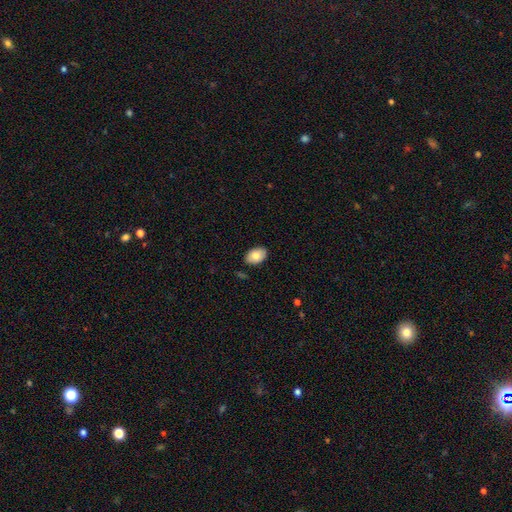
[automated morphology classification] This appears to be a smooth galaxy with no disk features (79%) that is in between round and cigar-shaped (89%). Merging: none (86%).